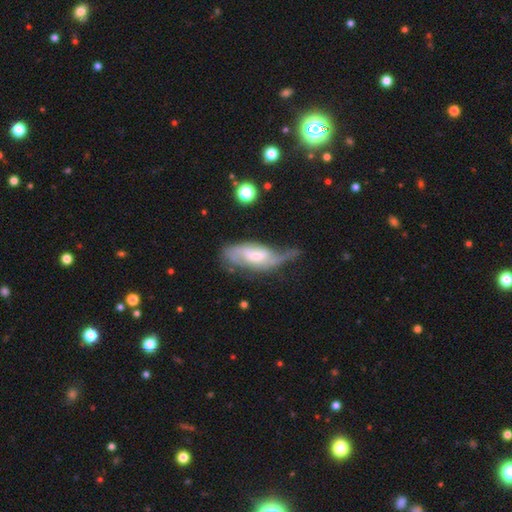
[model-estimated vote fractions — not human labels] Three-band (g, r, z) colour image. It shows a featured or disk galaxy (66%) with no bar (43%, tied with weak), spiral arms (81%) and a small central bulge (50%). Merging: major disturbance (34%).